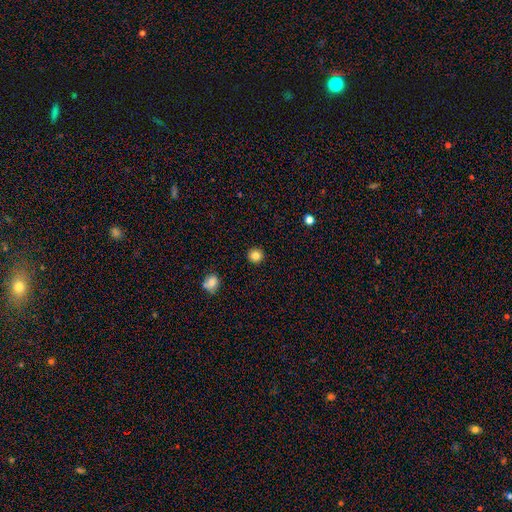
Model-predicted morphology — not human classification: Smooth or featured: smooth — 84% (star or artifact — 11%)
How rounded: round — 94% (in between — 5%)
Merging: none — 93% (minor disturbance — 5%)